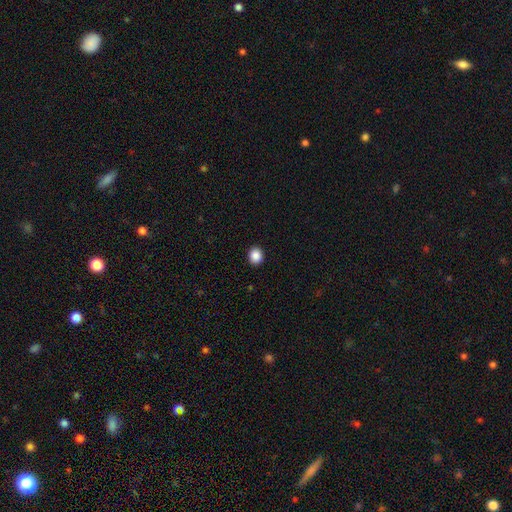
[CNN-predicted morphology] Smooth or featured: smooth — 88% (star or artifact — 9%)
How rounded: round — 73% (in between — 26%)
Merging: none — 93% (minor disturbance — 5%)